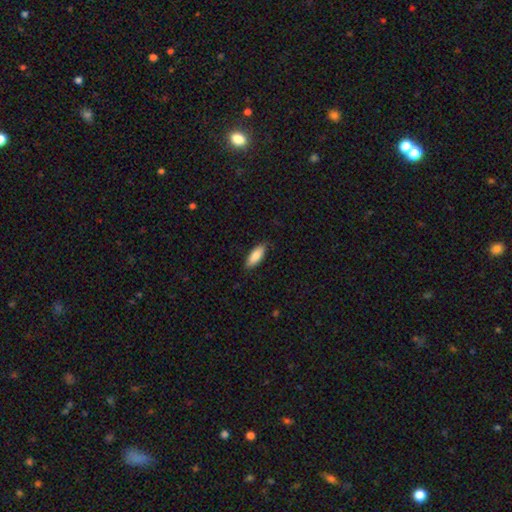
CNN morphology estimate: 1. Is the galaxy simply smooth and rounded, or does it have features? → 87% smooth, 7% featured or disk, 6% star or artifact.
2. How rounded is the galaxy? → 71% in between, 27% cigar-shaped, 2% round.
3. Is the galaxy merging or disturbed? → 84% none, 13% minor disturbance, 2% major disturbance, 1% merger.